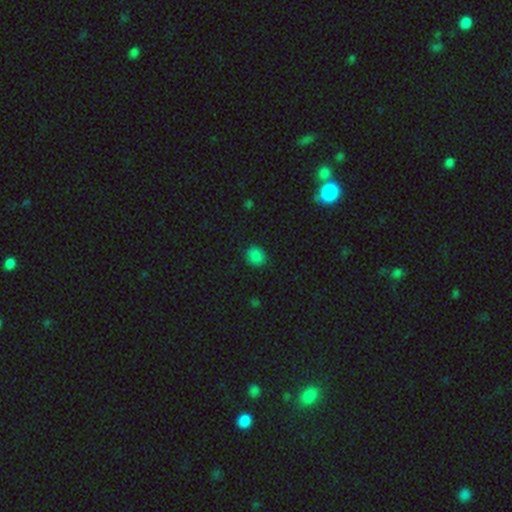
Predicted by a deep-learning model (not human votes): The model was most divided on "how rounded": round: 77%, in between: 22%, cigar-shaped: 1%. More confident: merging — none (87%); smooth or featured — smooth (84%).